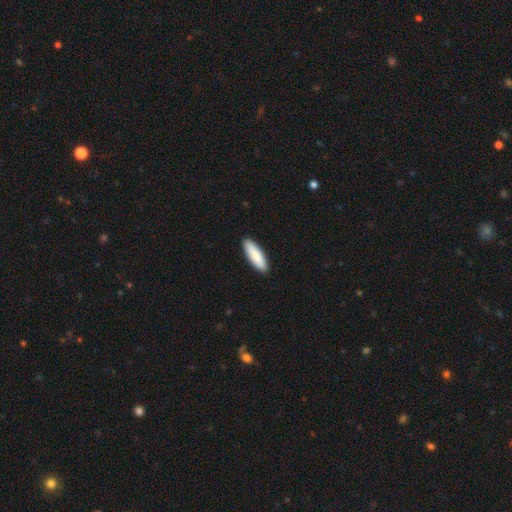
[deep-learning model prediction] This is clearly a smooth galaxy (88%). How rounded: possibly cigar-shaped (53%). Merging: clearly none (91%).